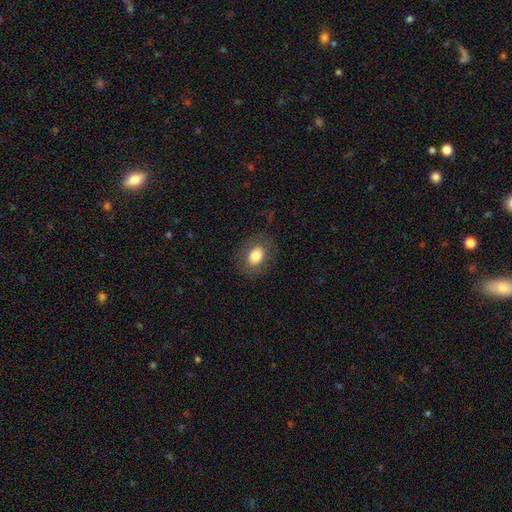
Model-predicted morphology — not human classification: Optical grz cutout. It shows a smooth galaxy with no disk features (79%) that is in between round and cigar-shaped (63%). Merging: none (82%).